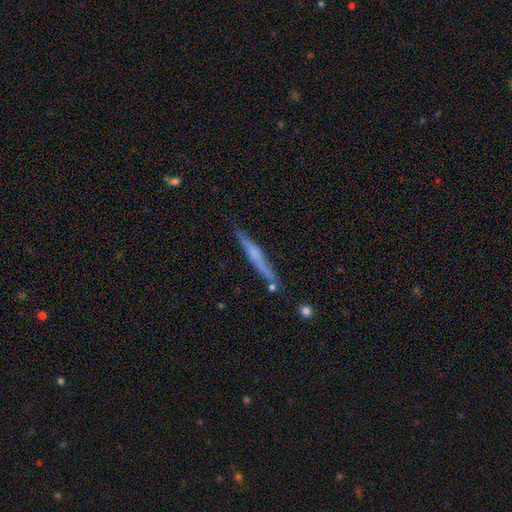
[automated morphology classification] This is possibly a featured or disk galaxy (52%). It is clearly viewed edge-on (95%). Merging: likely none (80%).